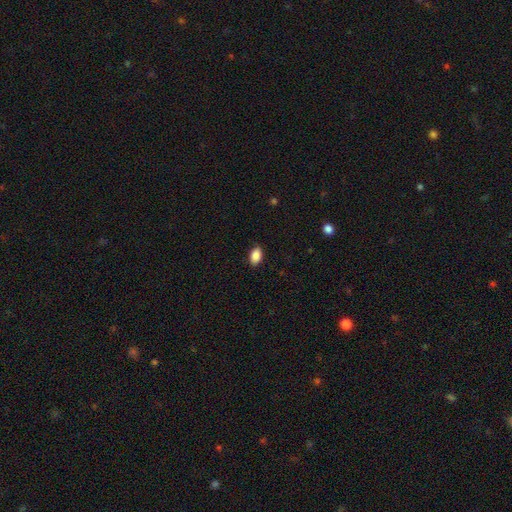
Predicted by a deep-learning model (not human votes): This is clearly a smooth galaxy (88%). How rounded: clearly in between (89%). Merging: clearly none (88%).